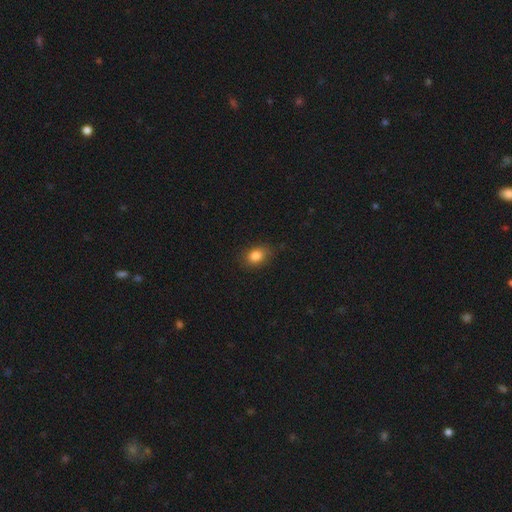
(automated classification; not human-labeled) Q: Smooth or featured?
A: smooth (83%); runner-up: star or artifact (10%)
Q: How rounded?
A: in between (70%); runner-up: round (29%)
Q: Merging?
A: none (80%); runner-up: minor disturbance (15%)